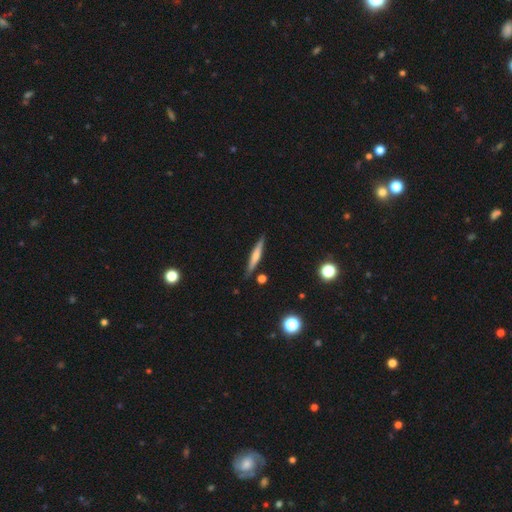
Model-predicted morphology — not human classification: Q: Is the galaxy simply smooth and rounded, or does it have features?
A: smooth — 47%.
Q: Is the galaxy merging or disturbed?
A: none — 87%.